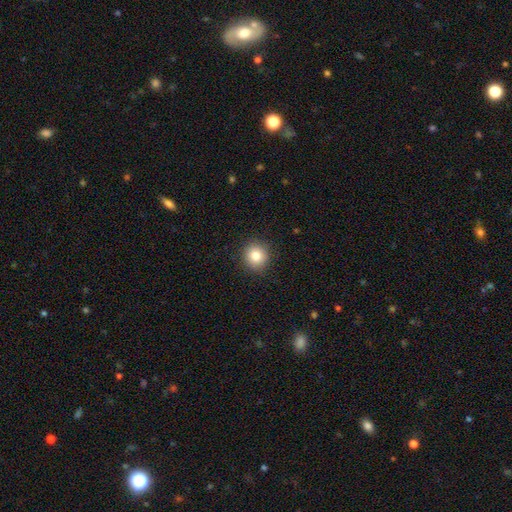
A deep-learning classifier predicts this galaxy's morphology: type=smooth (83%); roundness=round (90%); merging=none (91%).